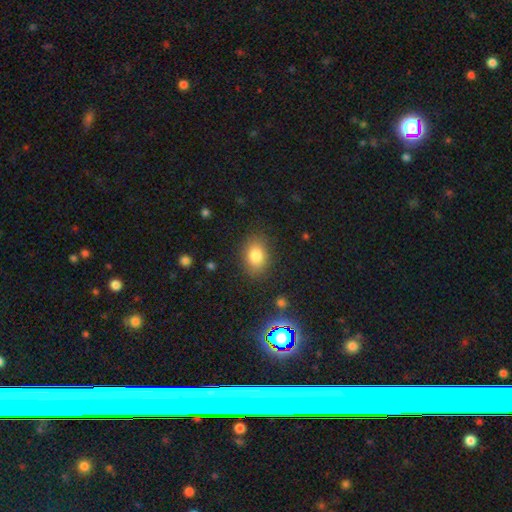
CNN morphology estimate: A smooth galaxy with no disk features (83%) that is in between round and cigar-shaped (77%). Merging: none (83%).